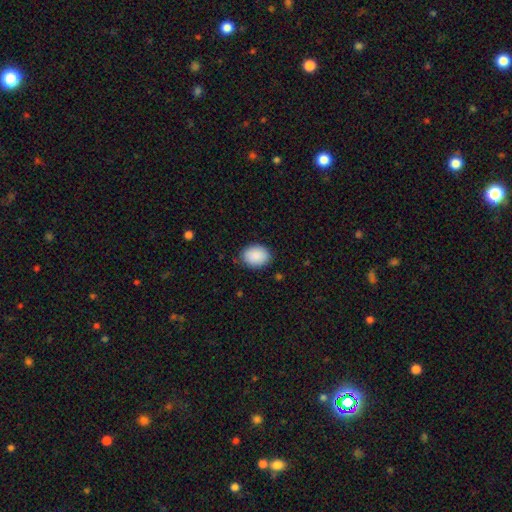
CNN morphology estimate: Smooth or featured? Predicted: smooth (p=0.90). How rounded? Predicted: in between (p=0.65). Merging? Predicted: none (p=0.84).